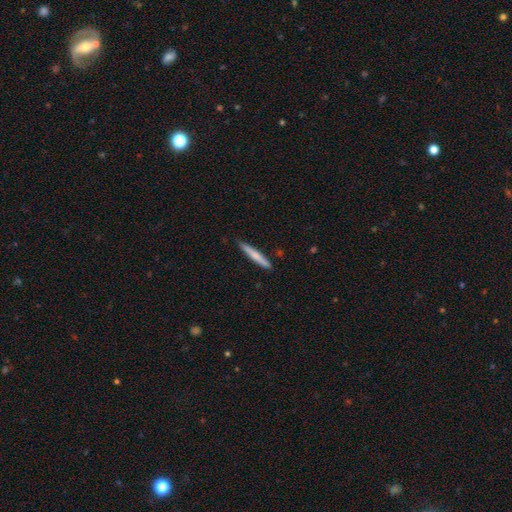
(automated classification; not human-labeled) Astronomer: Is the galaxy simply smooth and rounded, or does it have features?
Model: smooth — 68%.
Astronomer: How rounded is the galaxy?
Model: cigar-shaped — 96%.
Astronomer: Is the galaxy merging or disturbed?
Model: none — 90%.